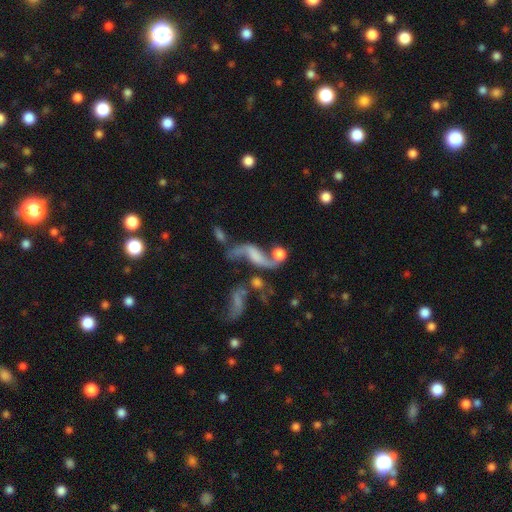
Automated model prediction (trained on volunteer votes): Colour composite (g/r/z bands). It shows a featured or disk galaxy (71%) with no bar (52%), 2 (86%) loose (89%) spiral arms (85%) and no central bulge (46%). Merging: none (35%).